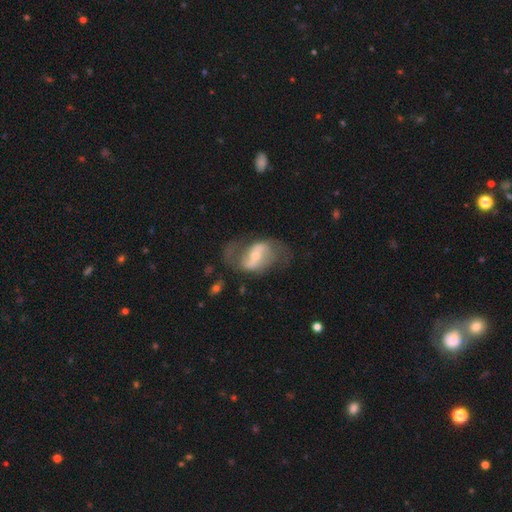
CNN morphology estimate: A featured or disk galaxy (75%) with a strong bar (41%), 2 (84%) loose (49%) spiral arms (78%) and a small central bulge (48%).

Vote fractions:
- Smooth or featured? featured or disk: 75% / smooth: 19% / star or artifact: 6%
- Edge-on disk? no: 95% / yes: 5%
- Bar? strong: 41% / weak: 36% / no: 24%
- Spiral arms? yes: 78% / no: 22%
- Spiral winding? loose: 49% / medium: 40% / tight: 11%
- Spiral arm count? 2: 84% / can't tell: 8% / 1: 4% / 3: 1% / 4: 1% / more than 4: 1%
- Bulge size? small: 48% / moderate: 43% / large: 5% / none: 2% / dominant: 1%
- Merging? none: 54% / major disturbance: 22% / minor disturbance: 19% / merger: 4%